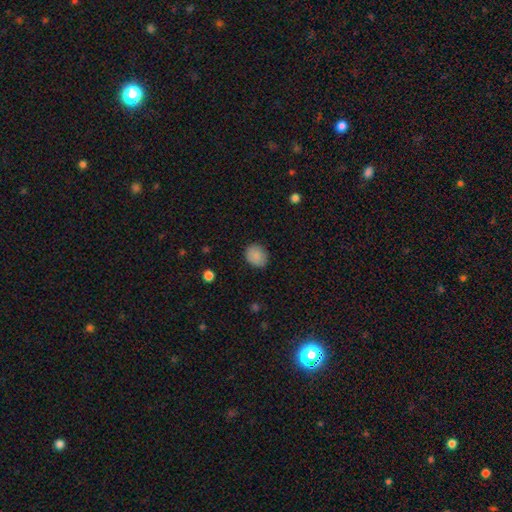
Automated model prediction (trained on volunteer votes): Smooth or featured? Predicted: smooth (p=0.87). How rounded? Predicted: round (p=0.57). Merging? Predicted: none (p=0.86).